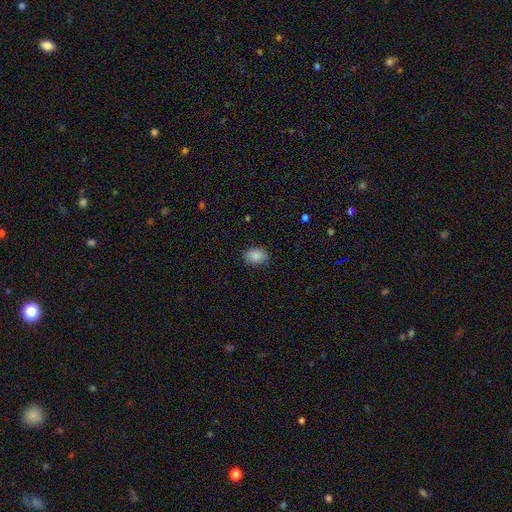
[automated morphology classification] smooth-or-featured: smooth: 86% | star or artifact: 8% | featured or disk: 6%
  how-rounded: in between: 79% | round: 20% | cigar-shaped: 1%
  merging: none: 79% | minor disturbance: 17% | major disturbance: 3% | merger: 1%